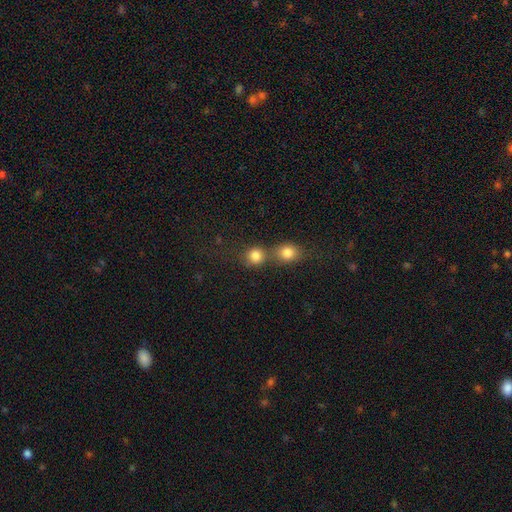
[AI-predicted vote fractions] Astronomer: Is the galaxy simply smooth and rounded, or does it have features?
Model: smooth — 82%.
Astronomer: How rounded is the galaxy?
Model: round — 87%.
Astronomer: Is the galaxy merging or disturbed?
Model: merger — 45%, tied with none at 45%.